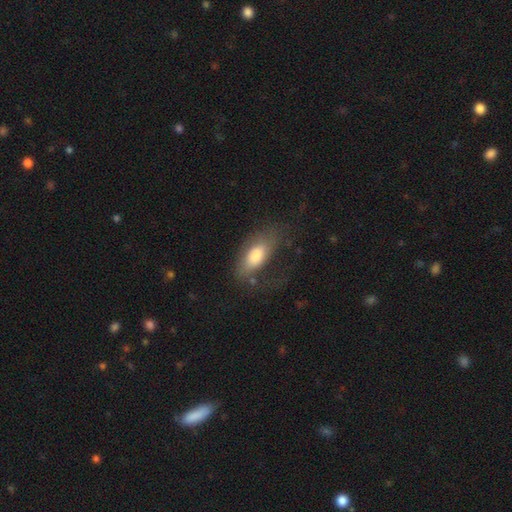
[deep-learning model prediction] smooth 71%, featured or disk 22%, star or artifact 7%. Down the decision tree: how rounded — in between (86%); merging — none (48%).